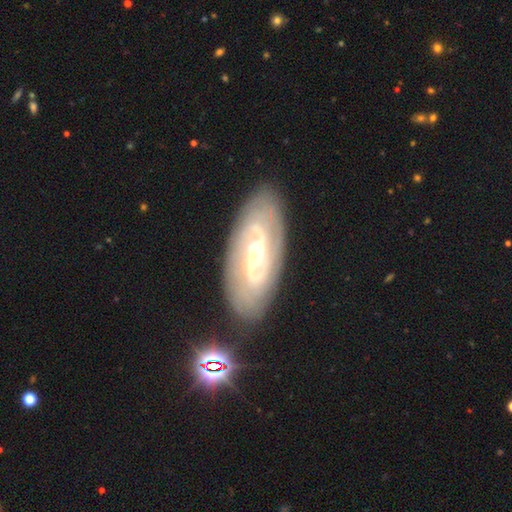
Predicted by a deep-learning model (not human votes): This is clearly a featured or disk galaxy (87%). It is clearly not viewed edge-on (94%). Bar: possibly weak (45%). Spiral arm pattern: clearly yes (96%). Spiral arm count: likely 2 (70%). Spiral winding: possibly tight (47%). Central bulge: possibly small (55%). Merging: clearly none (83%).